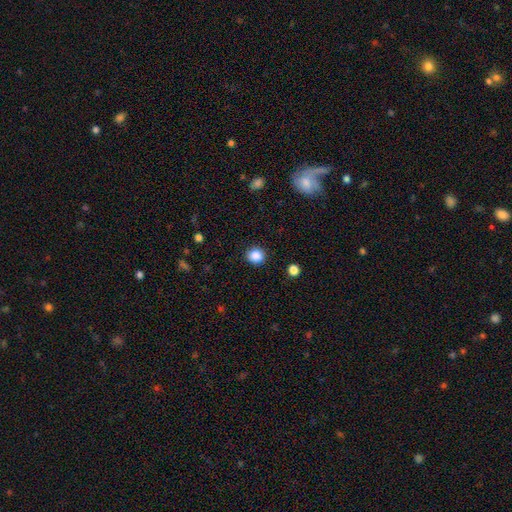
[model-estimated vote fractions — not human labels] This appears to be a smooth galaxy with no disk features (87%) that is round (86%). Merging: none (90%).